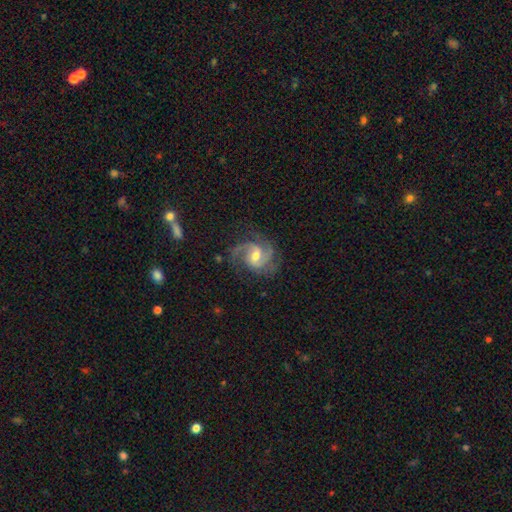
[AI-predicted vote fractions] Q: Smooth or featured?
A: featured or disk (90%); runner-up: star or artifact (5%)
Q: Edge-on disk?
A: no (98%); runner-up: yes (2%)
Q: Bar?
A: weak (48%); runner-up: no (38%)
Q: Spiral arms?
A: yes (98%); runner-up: no (2%)
Q: Spiral winding?
A: medium (55%); runner-up: tight (30%)
Q: Spiral arm count?
A: 2 (49%); runner-up: 3 (32%)
Q: Bulge size?
A: moderate (64%); runner-up: small (31%)
Q: Merging?
A: none (72%); runner-up: minor disturbance (18%)